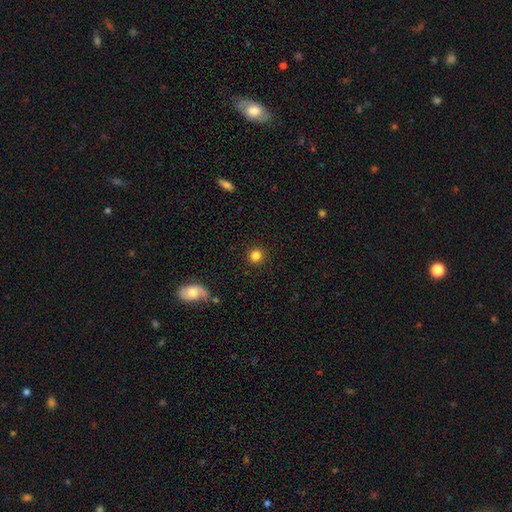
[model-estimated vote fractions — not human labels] Q: Smooth or featured?
A: smooth (83%); runner-up: star or artifact (12%)
Q: How rounded?
A: round (94%); runner-up: in between (5%)
Q: Merging?
A: none (91%); runner-up: minor disturbance (5%)